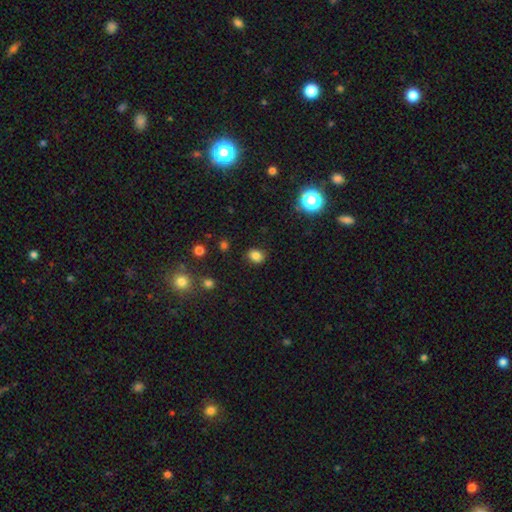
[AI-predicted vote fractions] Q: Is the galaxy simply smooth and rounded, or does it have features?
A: smooth — 82%.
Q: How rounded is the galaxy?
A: in between — 54%.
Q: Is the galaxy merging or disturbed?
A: none — 85%.